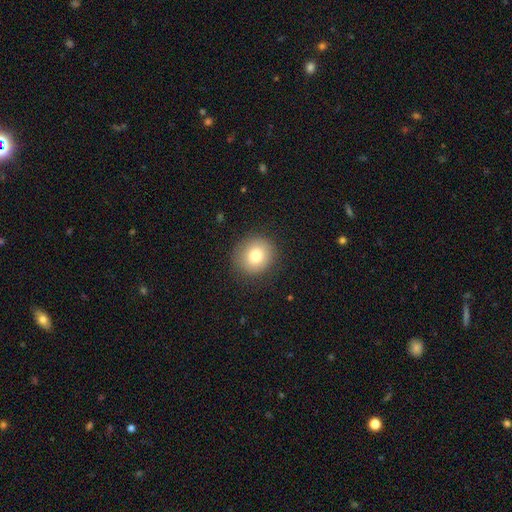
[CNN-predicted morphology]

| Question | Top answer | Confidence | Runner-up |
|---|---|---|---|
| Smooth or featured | smooth | 79% | featured or disk (11%) |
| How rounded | round | 88% | in between (11%) |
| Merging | none | 88% | minor disturbance (8%) |